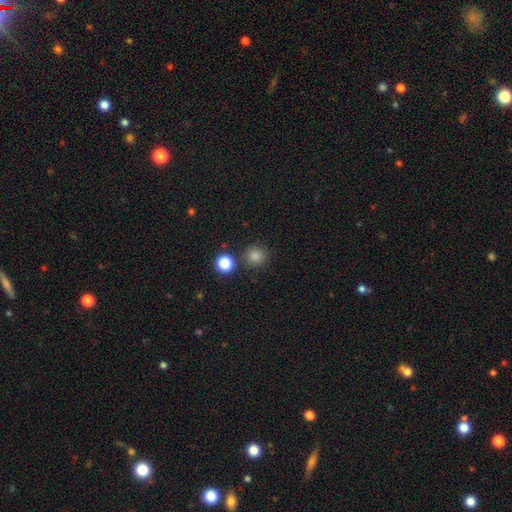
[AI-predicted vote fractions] Smooth or featured? smooth (82%)
How rounded? round (91%)
Merging? none (83%)